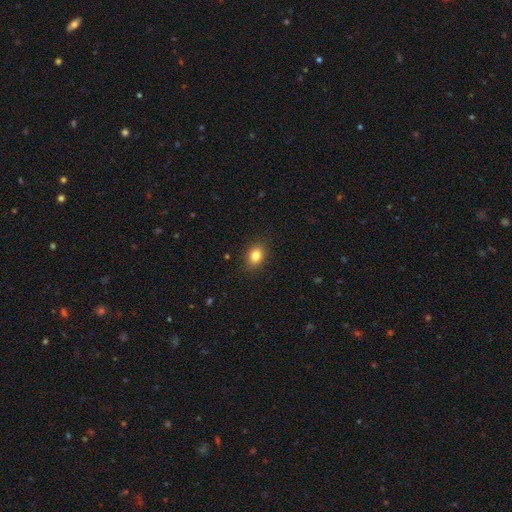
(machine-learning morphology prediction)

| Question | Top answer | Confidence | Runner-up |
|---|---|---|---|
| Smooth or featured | smooth | 83% | star or artifact (10%) |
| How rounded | in between | 60% | round (39%) |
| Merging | none | 88% | minor disturbance (9%) |